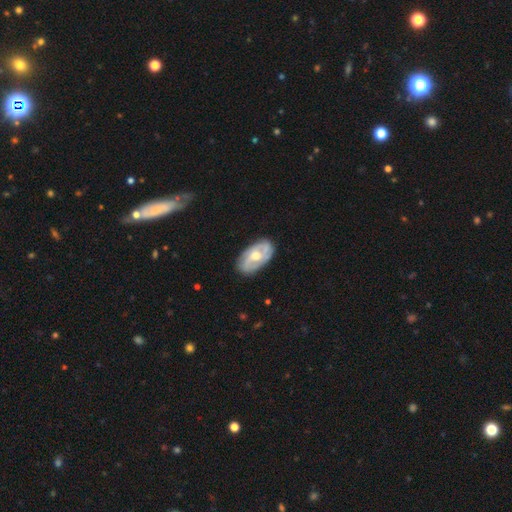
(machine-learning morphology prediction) smooth_or_featured: featured or disk (p=0.70) [alt: smooth p=0.25]
disk_edge_on: no (p=0.93) [alt: yes p=0.07]
bar: no (p=0.59) [alt: weak p=0.32]
has_spiral_arms: yes (p=0.73) [alt: no p=0.27]
bulge_size: moderate (p=0.74) [alt: small p=0.17]
merging: none (p=0.79) [alt: minor disturbance p=0.16]